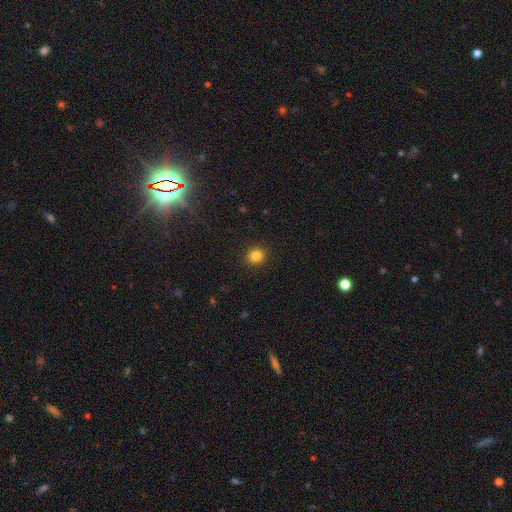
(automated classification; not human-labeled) Overall: smooth (83%). How rounded: round (87%). Merging: none (92%).